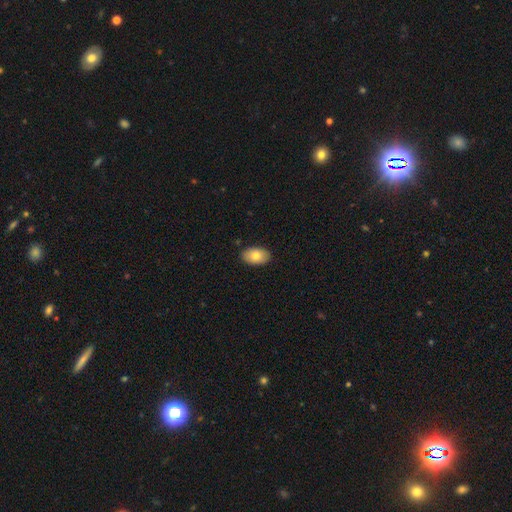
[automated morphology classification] Smooth or featured? smooth (80%)
How rounded? in between (93%)
Merging? none (89%)